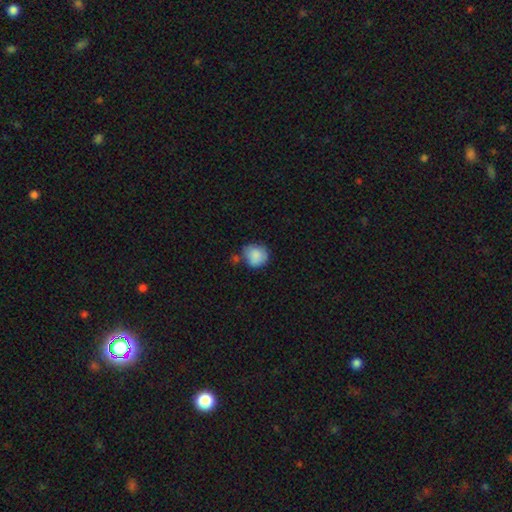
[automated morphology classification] smooth-or-featured: smooth: 83% | featured or disk: 10% | star or artifact: 8%
  how-rounded: round: 78% | in between: 21% | cigar-shaped: 1%
  merging: none: 56% | minor disturbance: 26% | merger: 11% | major disturbance: 7%